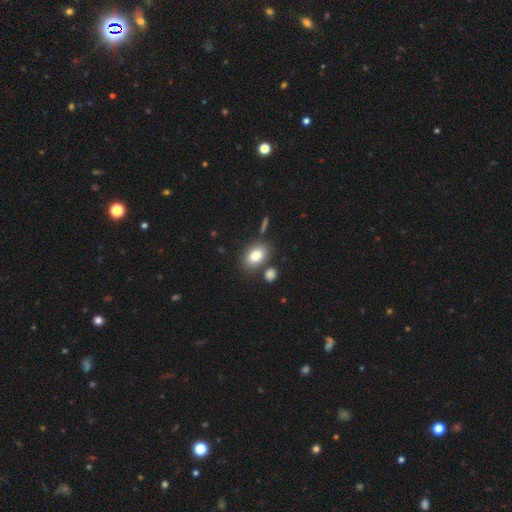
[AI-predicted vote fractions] Overall: smooth (82%). How rounded: in between (82%). Merging: none (73%).